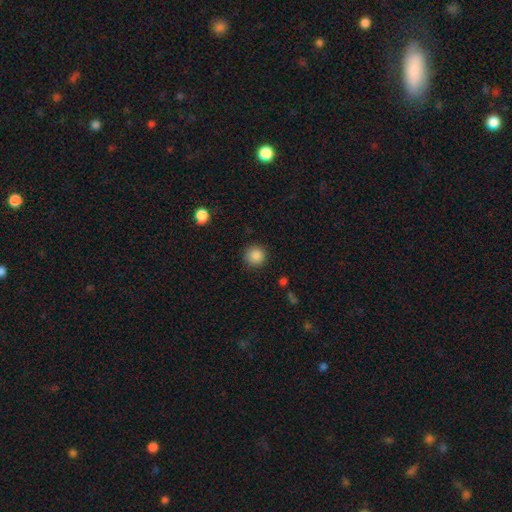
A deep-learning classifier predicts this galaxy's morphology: Q: Smooth or featured?
A: smooth (87%); runner-up: star or artifact (10%)
Q: How rounded?
A: round (94%); runner-up: in between (5%)
Q: Merging?
A: none (90%); runner-up: minor disturbance (7%)